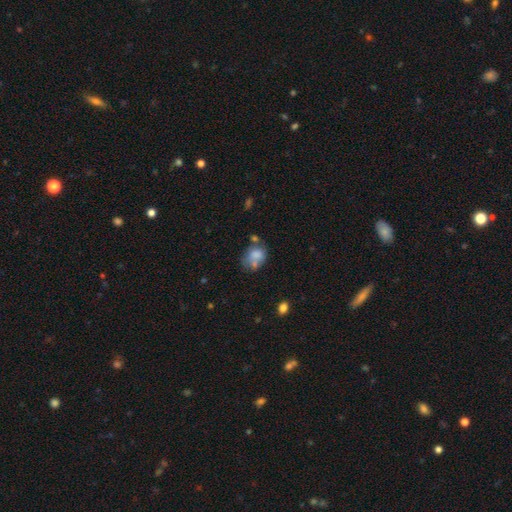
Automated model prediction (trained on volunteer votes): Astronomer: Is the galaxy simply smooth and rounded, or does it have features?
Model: smooth — 70%.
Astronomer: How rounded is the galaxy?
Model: in between — 57% (runner-up: round, 42%).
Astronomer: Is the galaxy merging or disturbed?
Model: none — 37% (runner-up: merger, 26%).